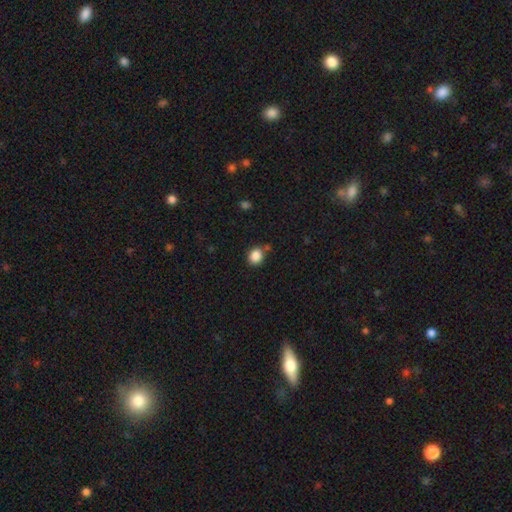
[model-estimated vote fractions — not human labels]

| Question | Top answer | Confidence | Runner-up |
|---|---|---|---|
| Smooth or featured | smooth | 86% | star or artifact (10%) |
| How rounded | round | 74% | in between (25%) |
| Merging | none | 74% | minor disturbance (13%) |